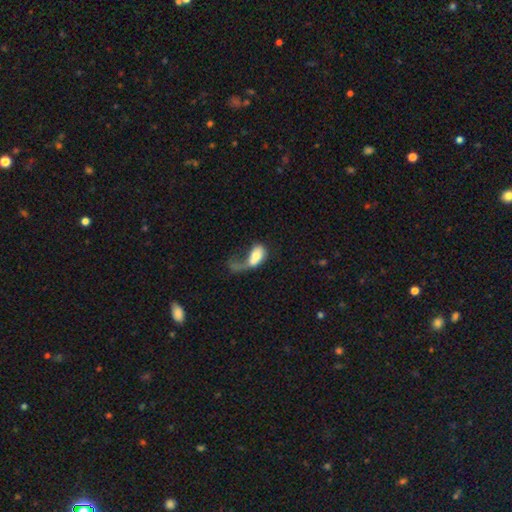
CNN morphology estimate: A smooth galaxy with no disk features (63%) that is in between round and cigar-shaped (85%).

Vote fractions:
- Smooth or featured? smooth: 63% / featured or disk: 29% / star or artifact: 8%
- How rounded? in between: 85% / round: 12% / cigar-shaped: 4%
- Merging? major disturbance: 54% / merger: 23% / none: 12% / minor disturbance: 11%